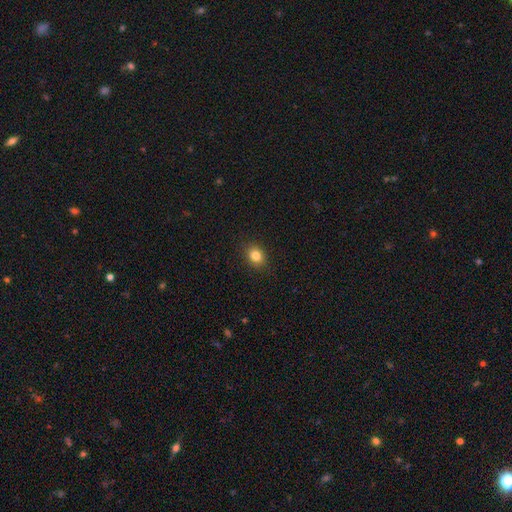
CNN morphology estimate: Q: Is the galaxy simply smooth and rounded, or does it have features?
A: smooth — 83%.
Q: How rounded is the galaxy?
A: round — 53%.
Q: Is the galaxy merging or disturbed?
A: none — 90%.